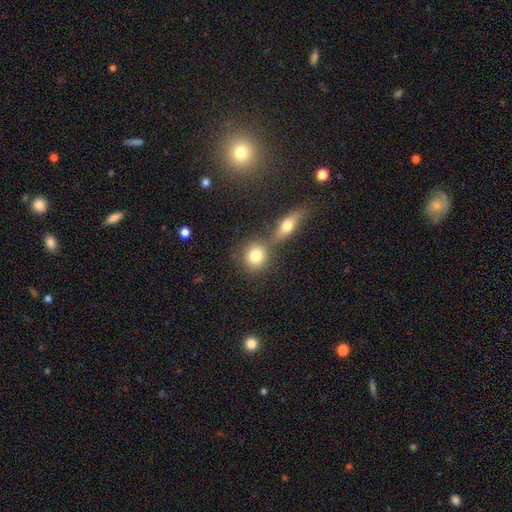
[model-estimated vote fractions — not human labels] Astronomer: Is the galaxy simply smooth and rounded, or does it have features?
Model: smooth — 79%.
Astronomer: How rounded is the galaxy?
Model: round — 81%.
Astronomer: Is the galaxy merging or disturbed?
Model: none — 57%.